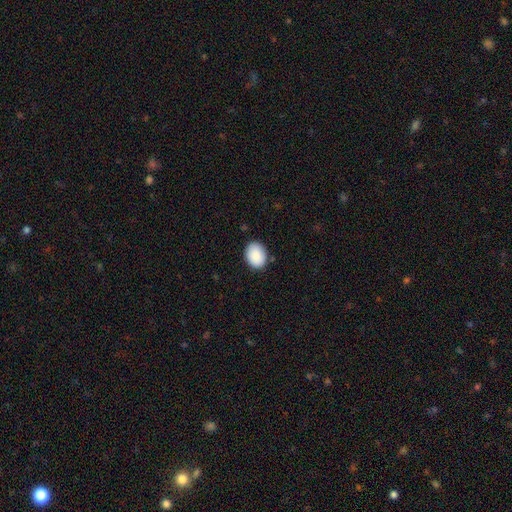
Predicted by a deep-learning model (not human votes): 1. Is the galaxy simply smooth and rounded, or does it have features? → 89% smooth, 7% star or artifact, 4% featured or disk.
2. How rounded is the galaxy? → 65% in between, 34% round, 1% cigar-shaped.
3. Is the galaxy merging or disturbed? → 86% none, 11% minor disturbance, 2% major disturbance, 1% merger.